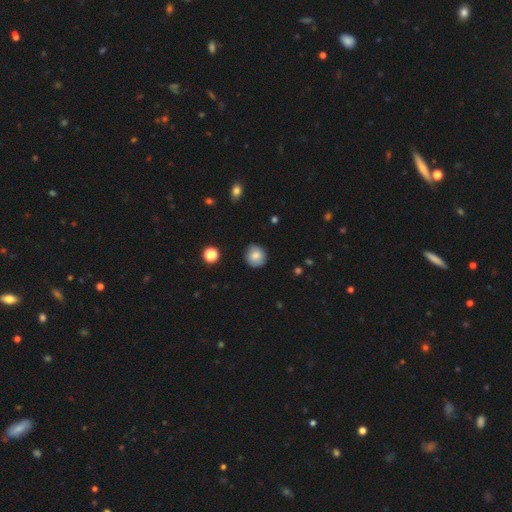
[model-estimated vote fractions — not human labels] Morphology: type=smooth (79%); roundness=round (88%); merging=none (83%).